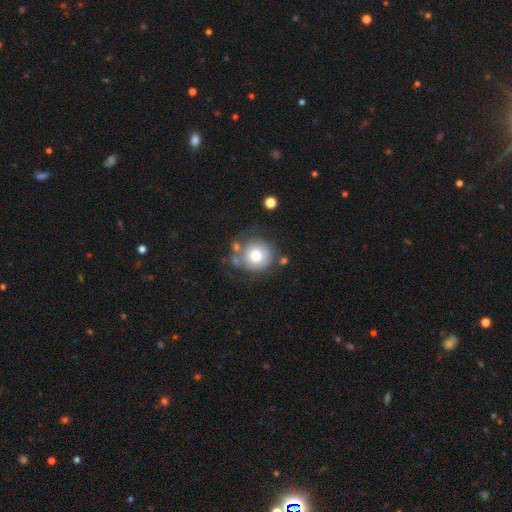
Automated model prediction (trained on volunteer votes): smooth-or-featured: smooth: 68% | featured or disk: 24% | star or artifact: 8%
  how-rounded: round: 91% | in between: 9% | cigar-shaped: 1%
  merging: none: 53% | minor disturbance: 22% | major disturbance: 14% | merger: 11%